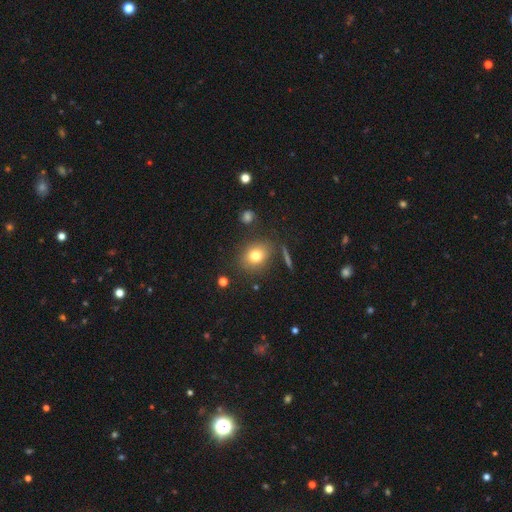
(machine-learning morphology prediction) smooth 76%, star or artifact 12%, featured or disk 11%. Down the decision tree: how rounded — round (57%); merging — none (81%).